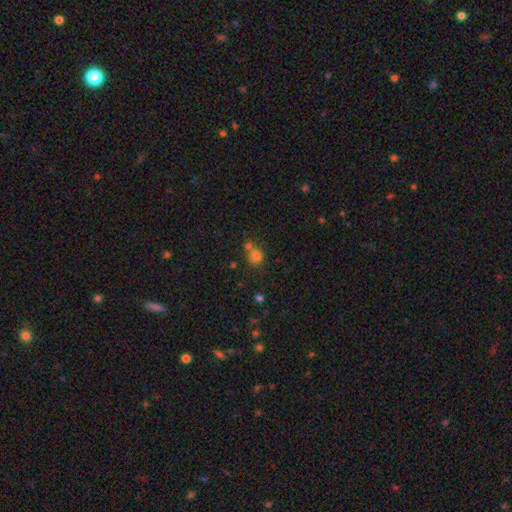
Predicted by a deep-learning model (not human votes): Overall: smooth (77%). How rounded: round (84%). Merging: none (53%; merger 34%).